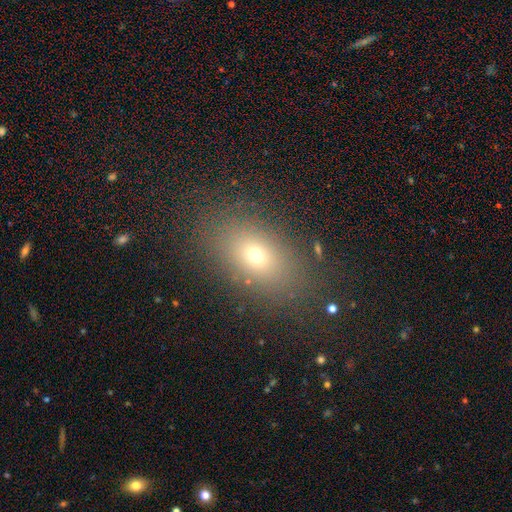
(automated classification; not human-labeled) Smooth or featured? Predicted: smooth (p=0.67). How rounded? Predicted: in between (p=0.79). Merging? Predicted: none (p=0.85).